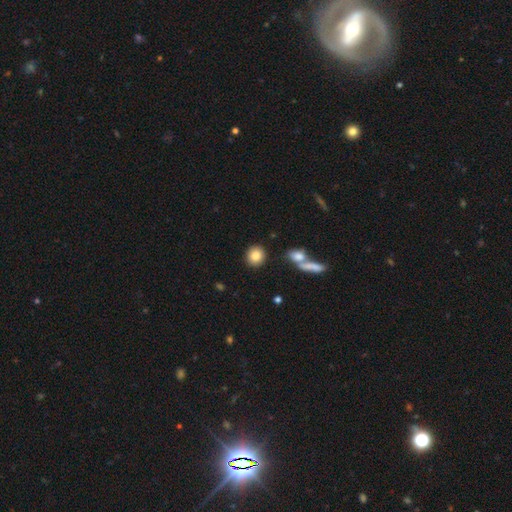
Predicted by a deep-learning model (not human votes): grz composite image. It shows a smooth galaxy with no disk features (85%) that is round (82%). Merging: none (84%).